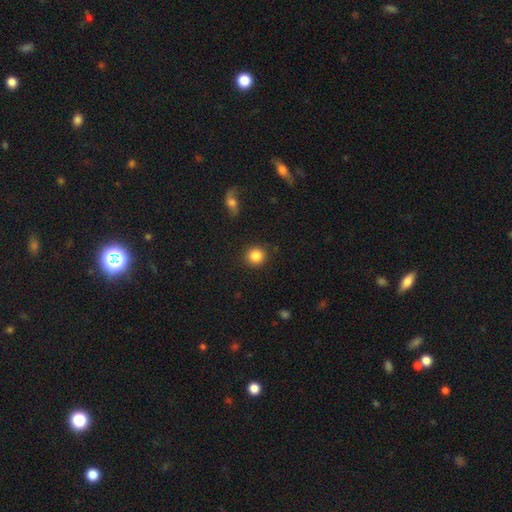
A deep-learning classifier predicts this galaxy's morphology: smooth-or-featured: smooth: 86% | star or artifact: 10% | featured or disk: 5%
  how-rounded: round: 91% | in between: 8% | cigar-shaped: 1%
  merging: none: 90% | minor disturbance: 6% | major disturbance: 2% | merger: 2%